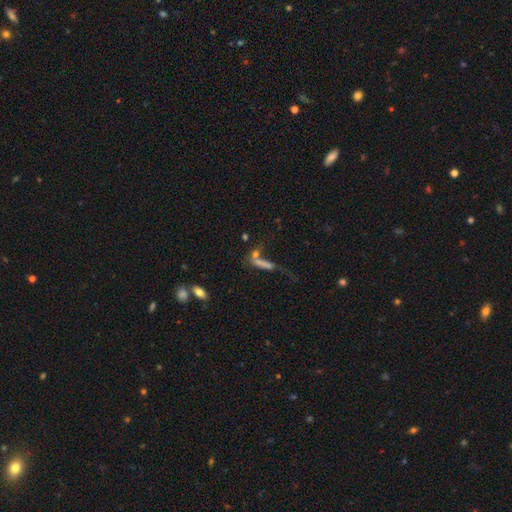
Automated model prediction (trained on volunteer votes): Smooth or featured? smooth (46%)
Merging? none (34%)